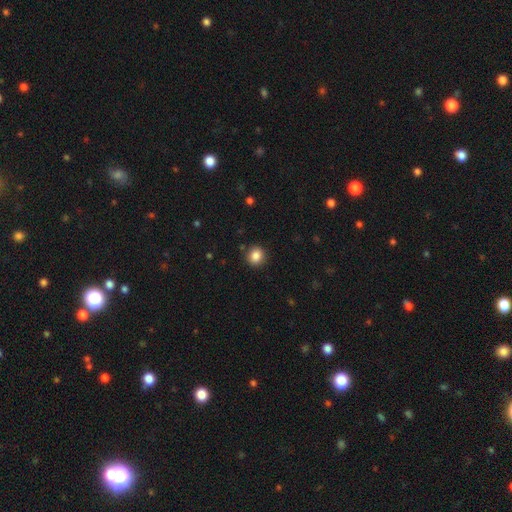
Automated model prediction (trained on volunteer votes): Overall: smooth (85%). How rounded: round (85%). Merging: none (89%).